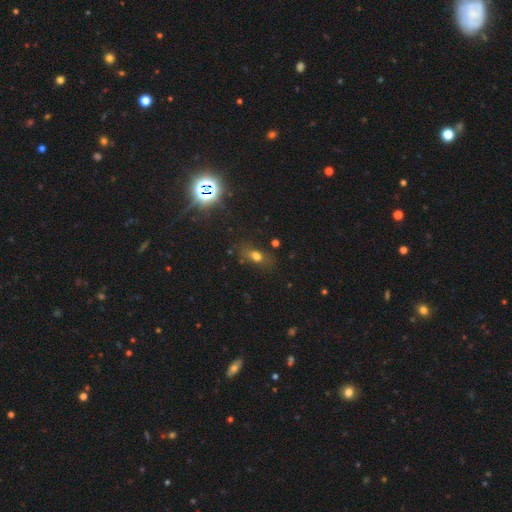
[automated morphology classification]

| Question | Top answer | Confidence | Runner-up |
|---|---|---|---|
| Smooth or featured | smooth | 61% | star or artifact (23%) |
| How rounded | in between | 69% | round (19%) |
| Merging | none | 70% | minor disturbance (17%) |